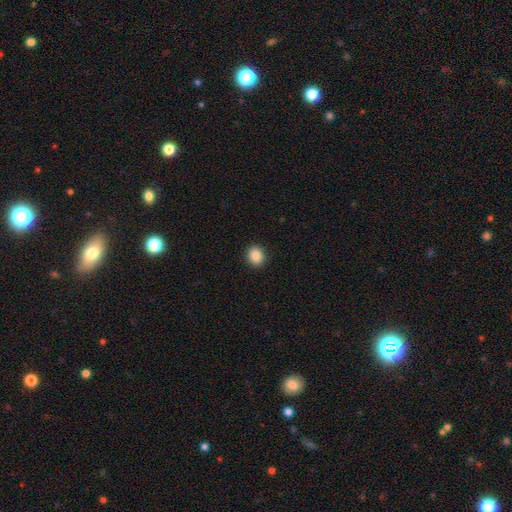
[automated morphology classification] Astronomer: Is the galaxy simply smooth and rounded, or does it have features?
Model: smooth — 88%.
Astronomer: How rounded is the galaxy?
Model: round — 68%.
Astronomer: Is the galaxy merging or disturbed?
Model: none — 91%.